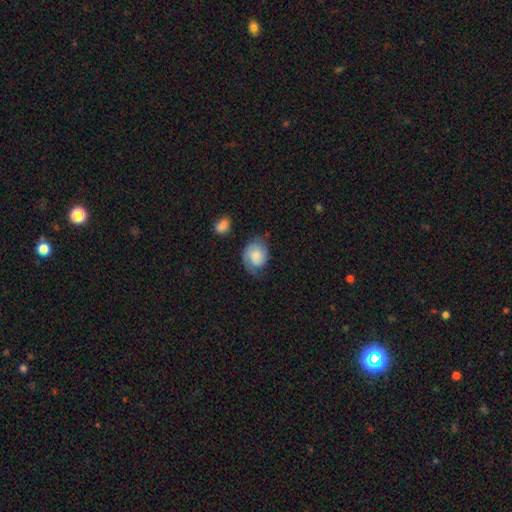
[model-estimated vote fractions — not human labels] A smooth galaxy with no disk features (56%) that is in between round and cigar-shaped (52%). Merging: none (53%).